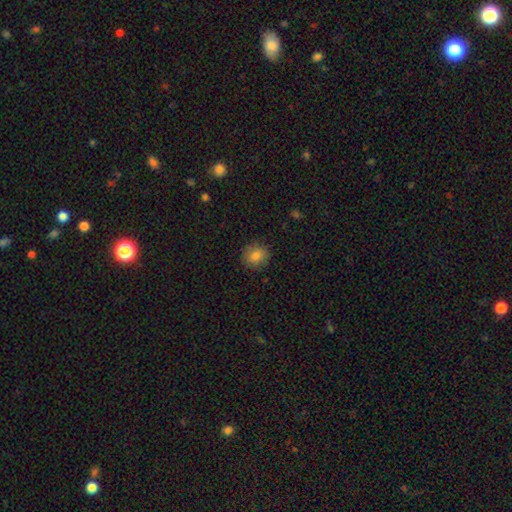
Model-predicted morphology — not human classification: Smooth or featured? smooth (84%)
How rounded? round (84%)
Merging? none (87%)